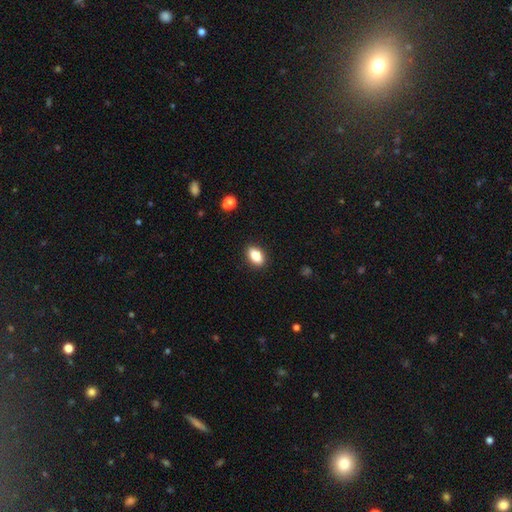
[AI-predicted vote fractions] smooth-or-featured: smooth: 86% | star or artifact: 8% | featured or disk: 6%
  how-rounded: in between: 88% | round: 9% | cigar-shaped: 3%
  merging: none: 89% | minor disturbance: 8% | major disturbance: 2% | merger: 1%